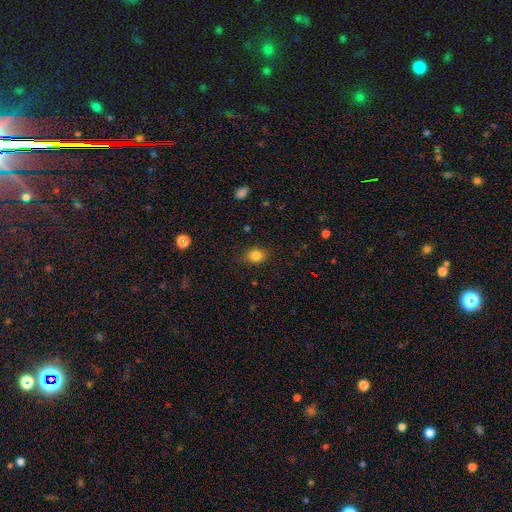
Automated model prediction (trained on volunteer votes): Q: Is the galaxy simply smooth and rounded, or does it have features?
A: smooth — 84%.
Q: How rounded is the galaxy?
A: round — 54%.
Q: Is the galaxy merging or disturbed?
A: none — 81%.